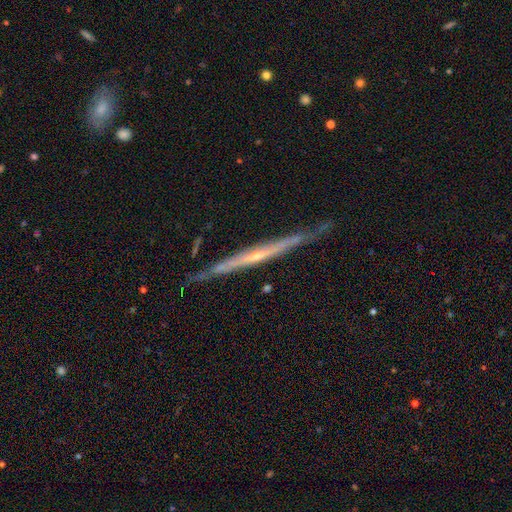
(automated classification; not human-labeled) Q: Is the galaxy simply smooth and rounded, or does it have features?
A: featured or disk — 79%.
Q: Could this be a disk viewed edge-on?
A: yes — 96%.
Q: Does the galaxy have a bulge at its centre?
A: none — 56%.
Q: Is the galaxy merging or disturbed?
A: none — 80%.